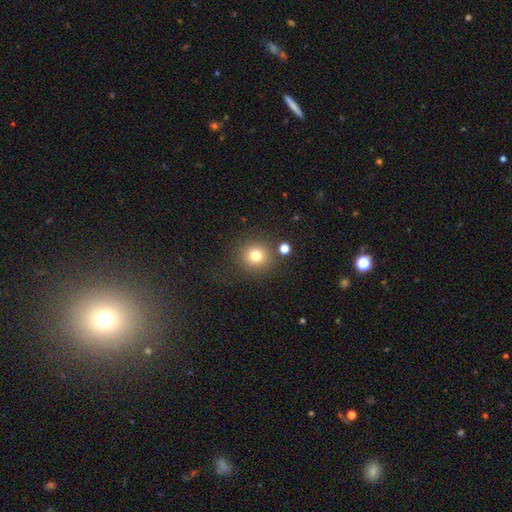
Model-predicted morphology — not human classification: A smooth galaxy with no disk features (78%) that is round (92%).

Vote fractions:
- Smooth or featured? smooth: 78% / star or artifact: 14% / featured or disk: 8%
- How rounded? round: 92% / in between: 7% / cigar-shaped: 1%
- Merging? none: 82% / minor disturbance: 8% / merger: 5% / major disturbance: 4%